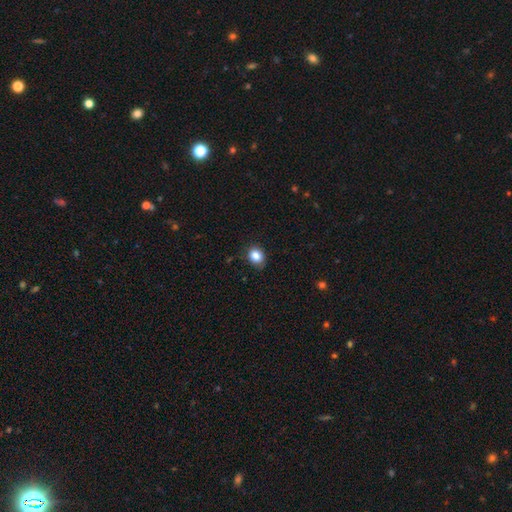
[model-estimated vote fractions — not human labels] Morphology: type=smooth (85%); roundness=round (59%); merging=none (80%).